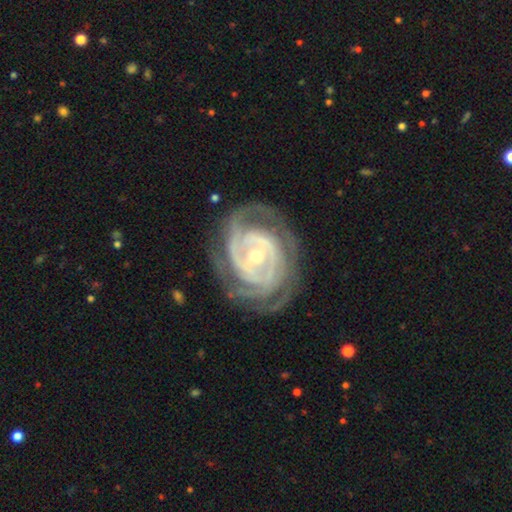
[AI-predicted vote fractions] smooth-or-featured: featured or disk: 92% | smooth: 4% | star or artifact: 4%
  disk-edge-on: no: 97% | yes: 3%
    bar: no: 40% | weak: 37% | strong: 23%
    has-spiral-arms: yes: 97% | no: 3%
      spiral-winding: tight: 73% | medium: 23% | loose: 4%
      spiral-arm-count: 3: 27% | 2: 24% | can't tell: 21% | 4: 15% | more than 4: 7% | 1: 6%
    bulge-size: small: 54% | moderate: 42% | large: 2% | none: 1% | dominant: 1%
  merging: none: 72% | minor disturbance: 17% | major disturbance: 9% | merger: 1%